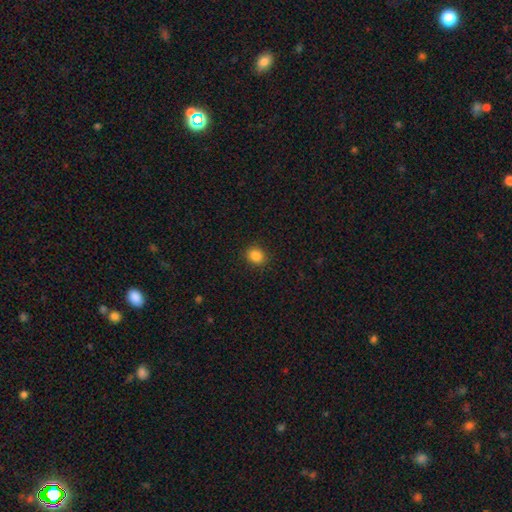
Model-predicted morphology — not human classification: Smooth or featured?
  - smooth: 86% *
  - star or artifact: 11%
  - featured or disk: 4%
How rounded?
  - round: 74% *
  - in between: 25%
  - cigar-shaped: 1%
Merging?
  - none: 90% *
  - minor disturbance: 7%
  - major disturbance: 2%
  - merger: 1%